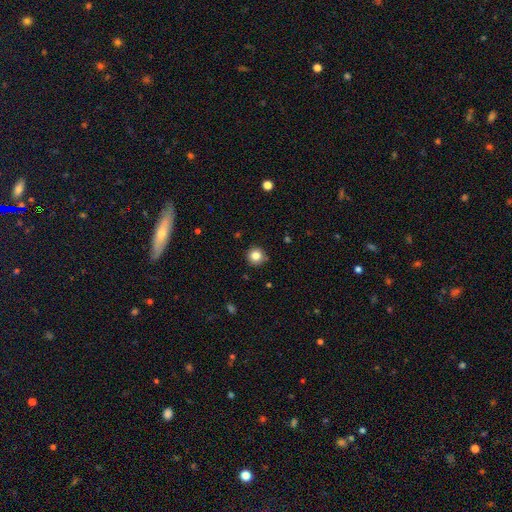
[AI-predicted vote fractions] Morphology: type=smooth (83%); roundness=round (95%); merging=none (89%).